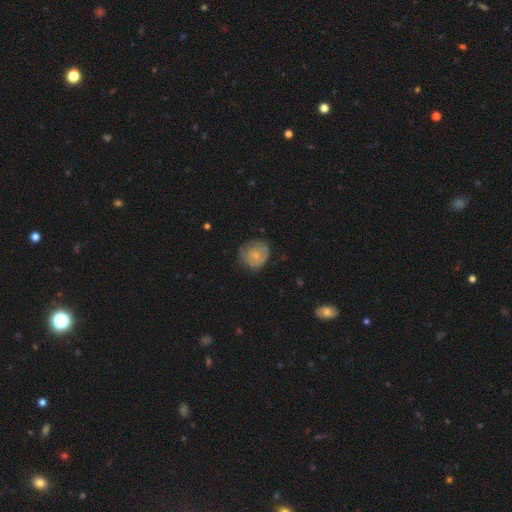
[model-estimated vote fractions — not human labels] Smooth or featured? Predicted: smooth (p=0.68). How rounded? Predicted: round (p=0.80). Merging? Predicted: none (p=0.60).